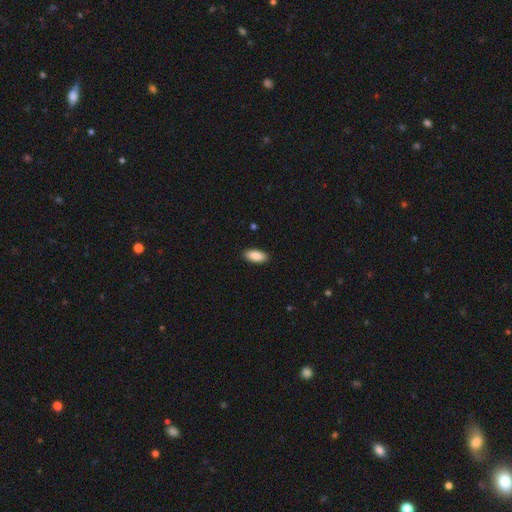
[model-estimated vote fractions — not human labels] Smooth or featured? Predicted: smooth (p=0.90). How rounded? Predicted: in between (p=0.90). Merging? Predicted: none (p=0.89).